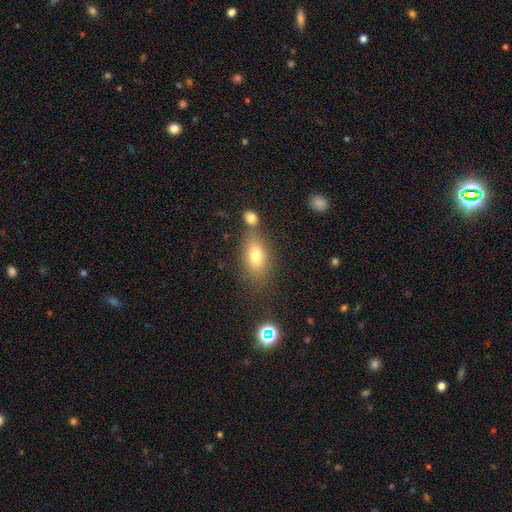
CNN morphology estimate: The model was most divided on "merging": none: 64%, merger: 16%, minor disturbance: 15%, major disturbance: 6%. More confident: how rounded — in between (82%); smooth or featured — smooth (75%).